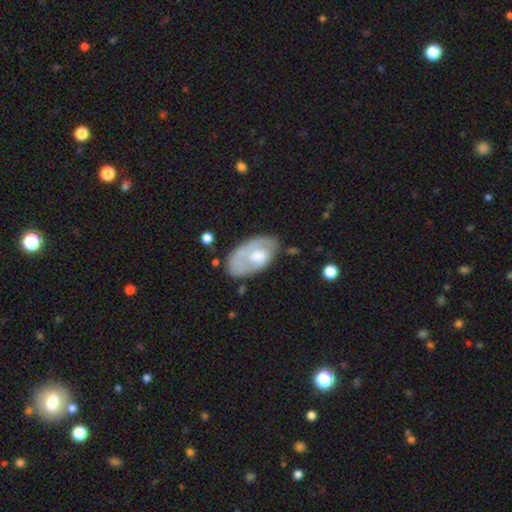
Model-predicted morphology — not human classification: A featured or disk galaxy (51%). Merging: none (58%).